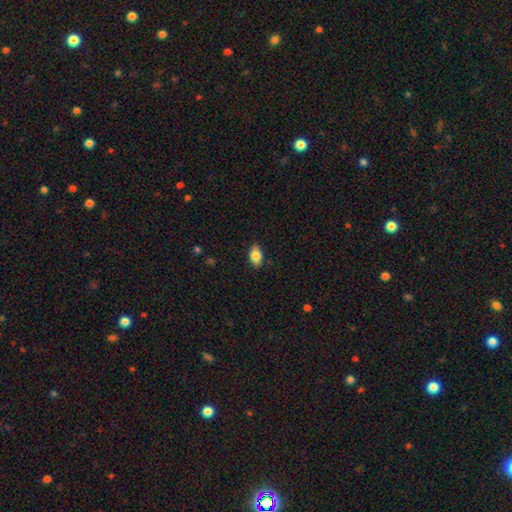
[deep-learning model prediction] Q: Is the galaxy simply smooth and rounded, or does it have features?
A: smooth — 80%.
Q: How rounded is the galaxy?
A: in between — 89%.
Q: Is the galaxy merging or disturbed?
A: none — 87%.